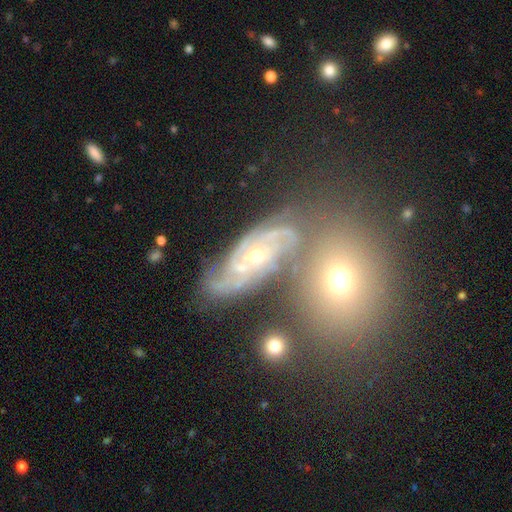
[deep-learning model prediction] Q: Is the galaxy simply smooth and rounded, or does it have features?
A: featured or disk — 79%.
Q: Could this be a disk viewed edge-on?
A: no — 95%.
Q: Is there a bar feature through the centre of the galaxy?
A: no — 66%.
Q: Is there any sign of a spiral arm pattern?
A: yes — 95%.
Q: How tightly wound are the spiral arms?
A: tight — 52%.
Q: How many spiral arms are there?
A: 2 — 33%.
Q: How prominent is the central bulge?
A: small — 62%.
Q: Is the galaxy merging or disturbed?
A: none — 60%.